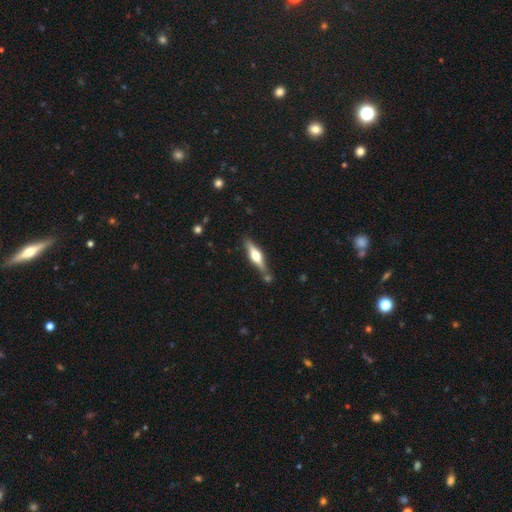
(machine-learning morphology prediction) This is likely a featured or disk galaxy (62%). It is clearly viewed edge-on (95%). Edge-on bulge: clearly rounded (92%). Merging: likely none (75%).